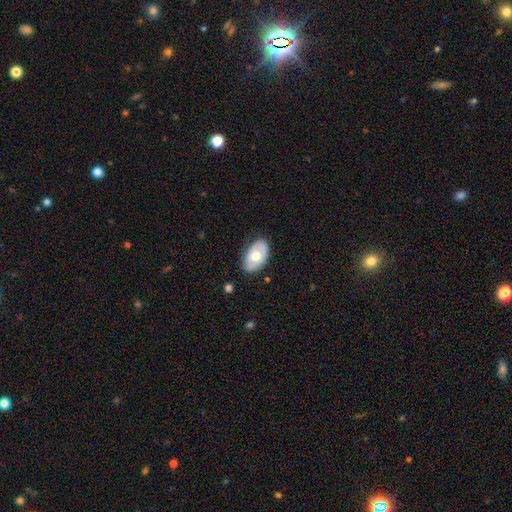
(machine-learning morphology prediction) Smooth or featured?
  - smooth: 53% *
  - featured or disk: 41%
  - star or artifact: 6%
How rounded?
  - in between: 91% *
  - round: 8%
  - cigar-shaped: 1%
Merging?
  - none: 81% *
  - minor disturbance: 15%
  - major disturbance: 3%
  - merger: 1%